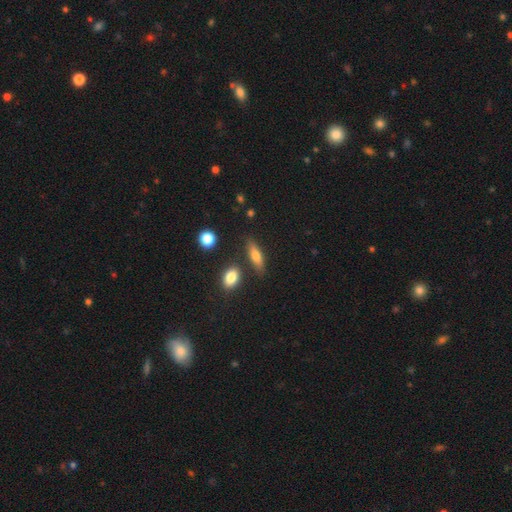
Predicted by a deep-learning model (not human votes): The model was most divided on "how rounded": cigar-shaped: 50%, in between: 45%, round: 5%. More confident: merging — none (79%); smooth or featured — smooth (65%).